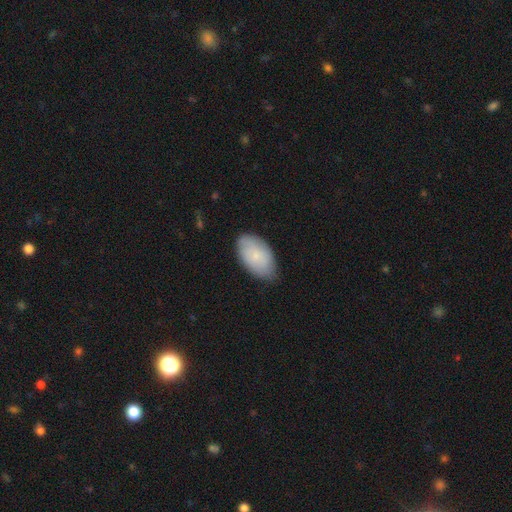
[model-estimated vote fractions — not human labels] This appears to be a smooth galaxy with no disk features (73%) that is in between round and cigar-shaped (94%). Merging: none (77%).